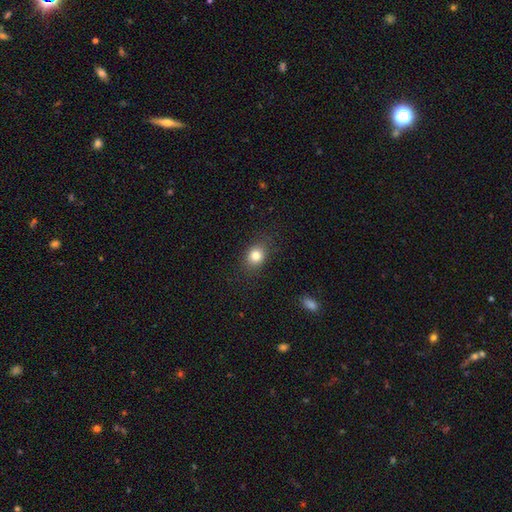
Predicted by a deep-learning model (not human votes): smooth_or_featured: smooth (p=0.82) [alt: star or artifact p=0.10]
how_rounded: round (p=0.51) [alt: in between p=0.48]
merging: none (p=0.83) [alt: minor disturbance p=0.12]